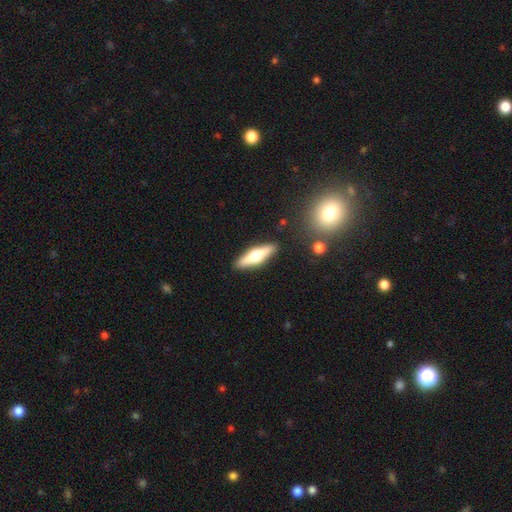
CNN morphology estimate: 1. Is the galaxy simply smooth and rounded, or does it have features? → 60% featured or disk, 34% smooth, 6% star or artifact.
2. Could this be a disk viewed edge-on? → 95% yes, 5% no.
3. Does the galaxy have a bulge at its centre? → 95% rounded, 3% boxy, 2% none.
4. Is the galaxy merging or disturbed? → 90% none, 7% minor disturbance, 2% merger, 2% major disturbance.